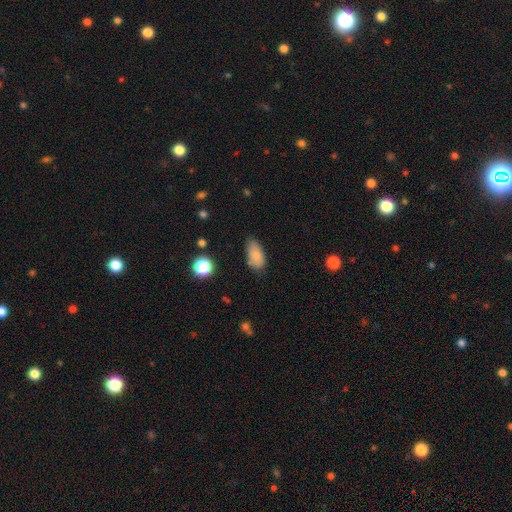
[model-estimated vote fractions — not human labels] Smooth or featured: smooth — 82% (star or artifact — 10%)
How rounded: in between — 90% (cigar-shaped — 6%)
Merging: none — 63% (minor disturbance — 27%)